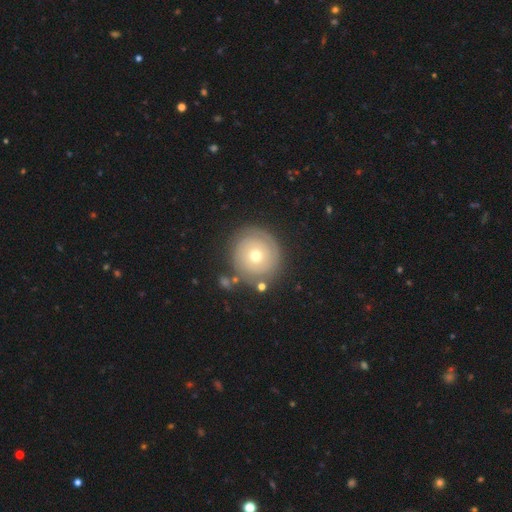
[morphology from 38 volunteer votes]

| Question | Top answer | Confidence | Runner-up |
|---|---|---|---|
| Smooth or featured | featured or disk | 55% | smooth (39%) |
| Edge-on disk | no | 100% | — |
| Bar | no | 95% | weak (5%) |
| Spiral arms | yes | 86% | no (14%) |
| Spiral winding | tight | 72% | loose (17%) |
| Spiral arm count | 2 | 56% | can't tell (22%) |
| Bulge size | moderate | 48% | small (38%) |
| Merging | none | 67% | minor disturbance (19%) |